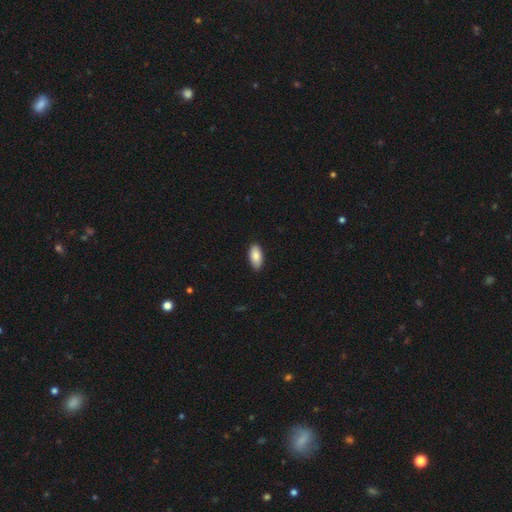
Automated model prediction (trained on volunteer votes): The model was most divided on "merging": none: 88%, minor disturbance: 10%, major disturbance: 2%, merger: 1%. More confident: how rounded — in between (93%); smooth or featured — smooth (88%).